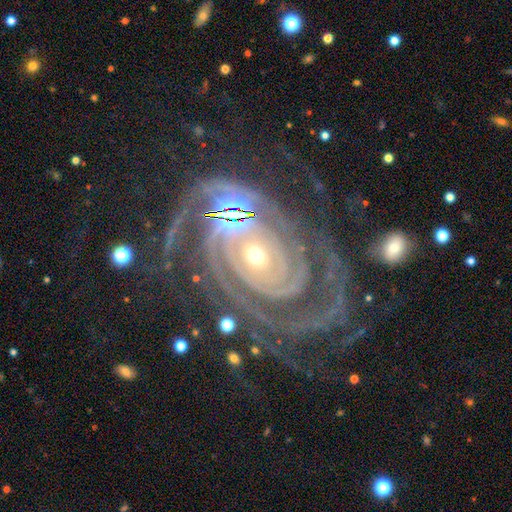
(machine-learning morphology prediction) This is clearly a featured or disk galaxy (90%). It is clearly not viewed edge-on (97%). Bar: likely no (71%). Spiral arm pattern: clearly yes (97%). Spiral arm count: marginally 2 (41%). Spiral winding: likely tight (75%). Central bulge: possibly small (49%). Merging: possibly none (55%).